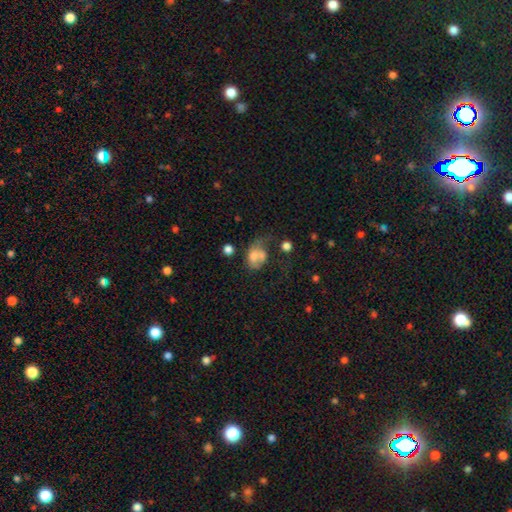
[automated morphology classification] This is possibly a smooth galaxy (58%). How rounded: likely in between (67%). Merging: marginally major disturbance (33%).